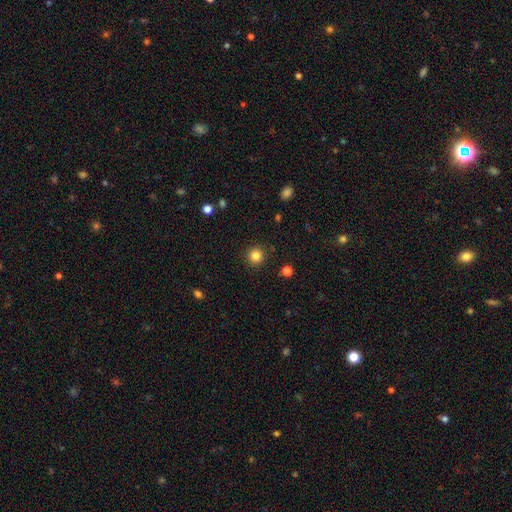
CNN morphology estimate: Overall: smooth (84%). How rounded: round (94%). Merging: none (91%).